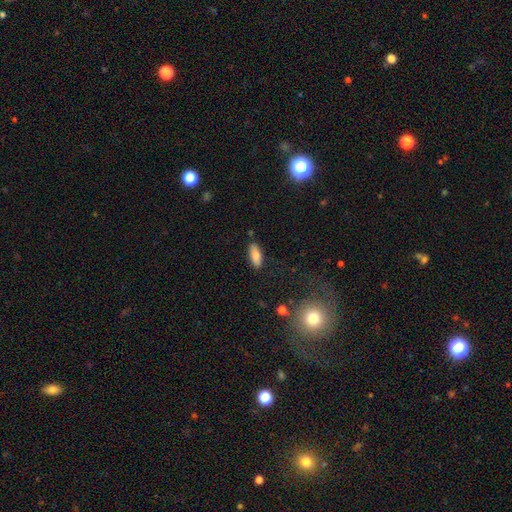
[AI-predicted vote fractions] Smooth or featured? smooth (81%)
How rounded? in between (76%)
Merging? none (85%)